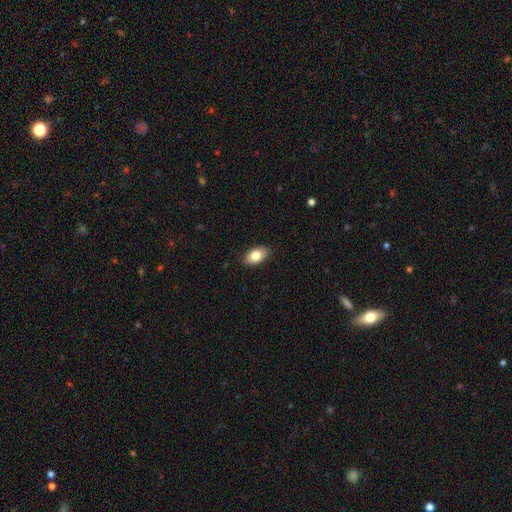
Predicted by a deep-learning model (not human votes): Smooth or featured: smooth — 82% (featured or disk — 11%)
How rounded: in between — 92% (round — 6%)
Merging: none — 89% (minor disturbance — 8%)